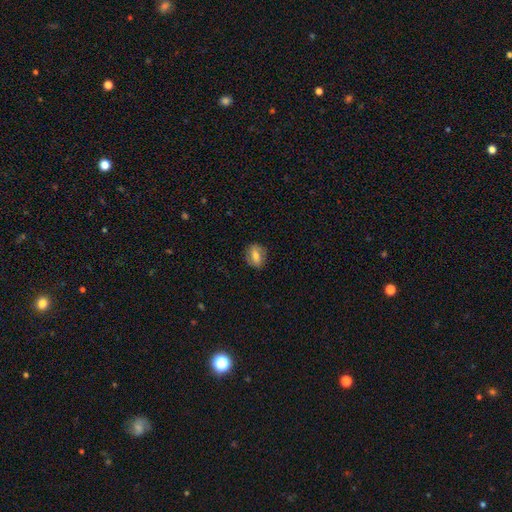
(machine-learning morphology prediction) Smooth or featured? smooth (61%)
How rounded? in between (49%)
Merging? none (84%)